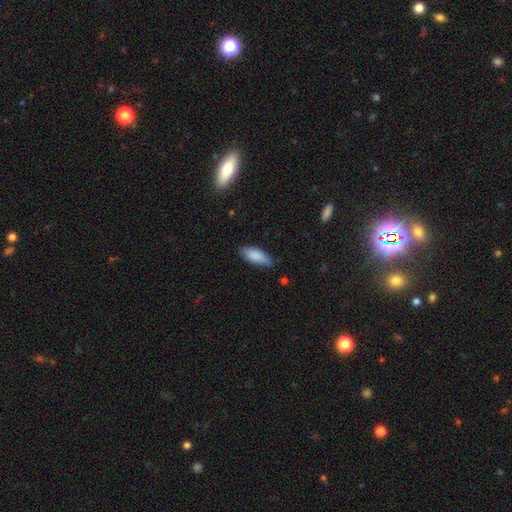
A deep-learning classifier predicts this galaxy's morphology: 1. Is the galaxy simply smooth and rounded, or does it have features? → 87% smooth, 7% featured or disk, 6% star or artifact.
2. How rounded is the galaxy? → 75% in between, 23% cigar-shaped, 2% round.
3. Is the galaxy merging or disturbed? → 80% none, 16% minor disturbance, 2% major disturbance, 1% merger.